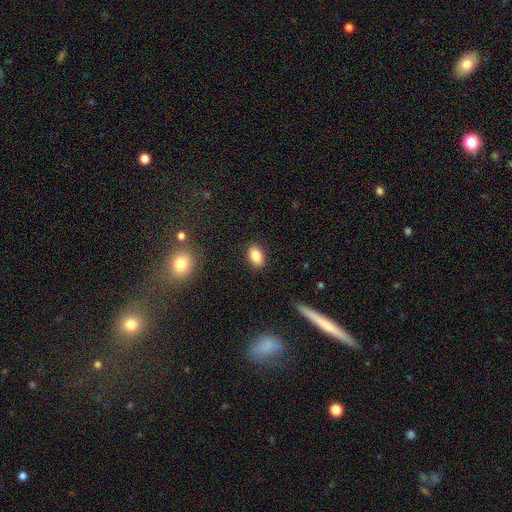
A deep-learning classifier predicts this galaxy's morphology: smooth 86%, star or artifact 8%, featured or disk 6%. Down the decision tree: how rounded — in between (89%); merging — none (88%).